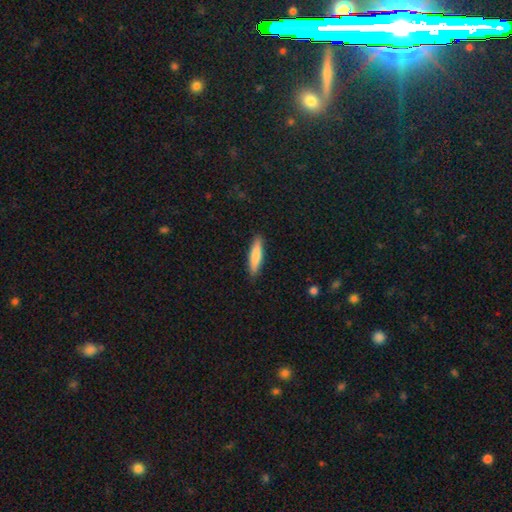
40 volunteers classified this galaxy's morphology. This appears to be a smooth galaxy with no disk features (85%) that is cigar-shaped (88%). Merging: none (84%).